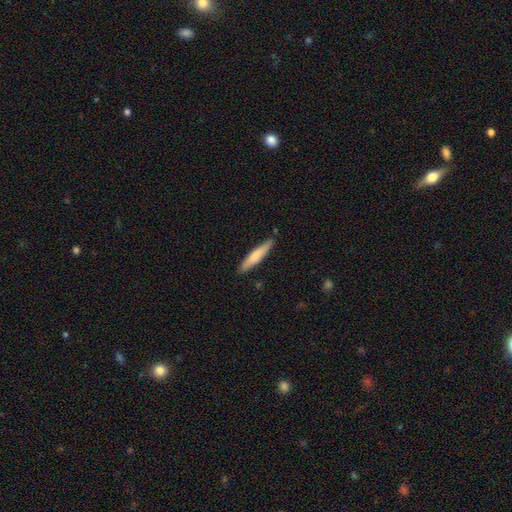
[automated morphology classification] The model was most divided on "smooth or featured": smooth: 70%, featured or disk: 25%, star or artifact: 5%. More confident: how rounded — cigar-shaped (89%); merging — none (86%).